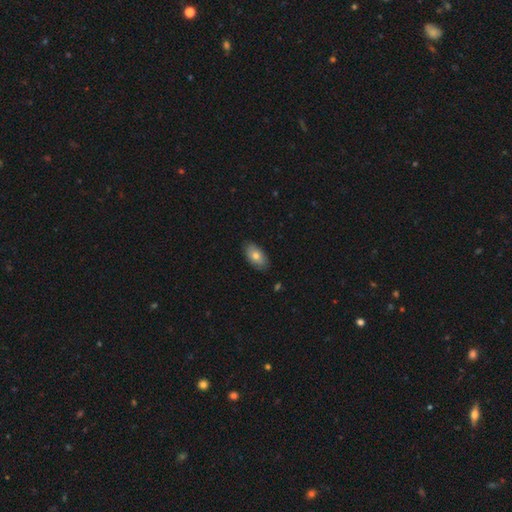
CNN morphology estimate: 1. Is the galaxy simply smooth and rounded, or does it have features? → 73% smooth, 20% featured or disk, 7% star or artifact.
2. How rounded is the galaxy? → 93% in between, 4% round, 3% cigar-shaped.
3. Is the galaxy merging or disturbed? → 84% none, 13% minor disturbance, 2% major disturbance, 1% merger.